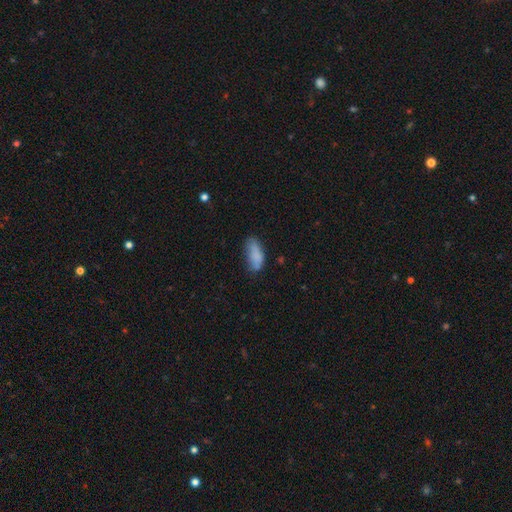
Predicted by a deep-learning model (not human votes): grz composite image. It shows a smooth galaxy with no disk features (81%) that is in between round and cigar-shaped (80%). Merging: none (54%).